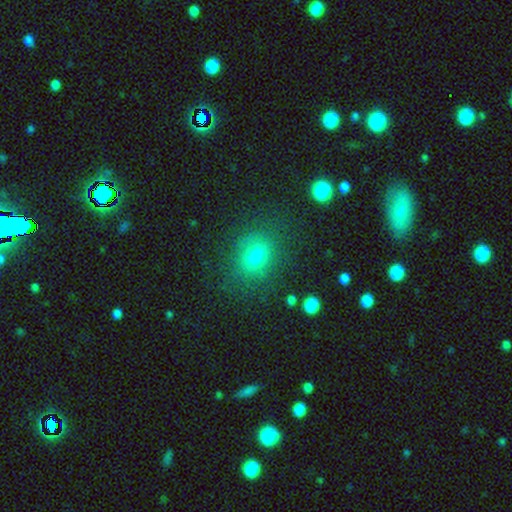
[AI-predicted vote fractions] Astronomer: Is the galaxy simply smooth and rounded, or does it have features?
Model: smooth — 72%.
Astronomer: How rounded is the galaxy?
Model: round — 59% (runner-up: in between, 40%).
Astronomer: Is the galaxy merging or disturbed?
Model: none — 79%.